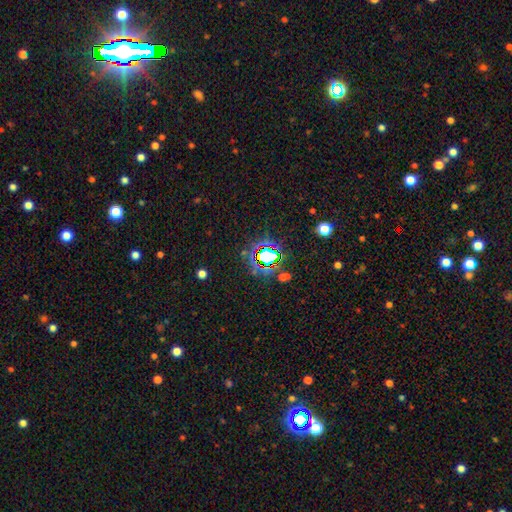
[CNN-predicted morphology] A star or artifact, not a galaxy (74%).

Vote fractions:
- Smooth or featured? star or artifact: 74% / smooth: 17% / featured or disk: 9%